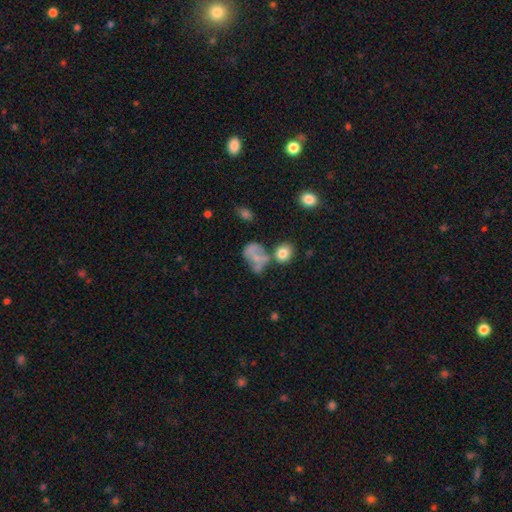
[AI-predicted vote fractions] smooth-or-featured: smooth: 55% | featured or disk: 32% | star or artifact: 13%
  how-rounded: in between: 64% | round: 34% | cigar-shaped: 2%
  merging: merger: 29% (tied) | none: 29% (tied) | major disturbance: 22% | minor disturbance: 20%